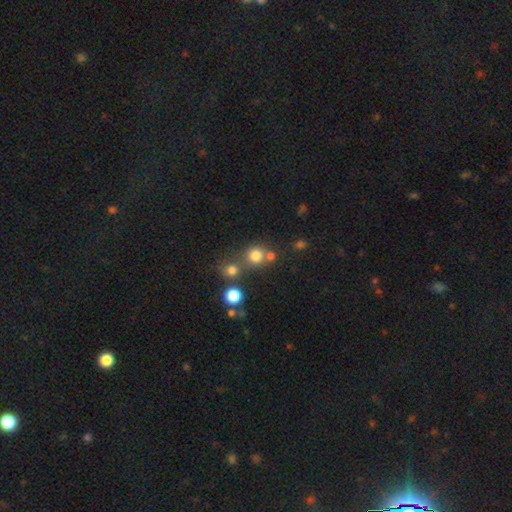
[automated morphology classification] smooth 76%, star or artifact 16%, featured or disk 8%. Down the decision tree: how rounded — round (88%); merging — none (60%).